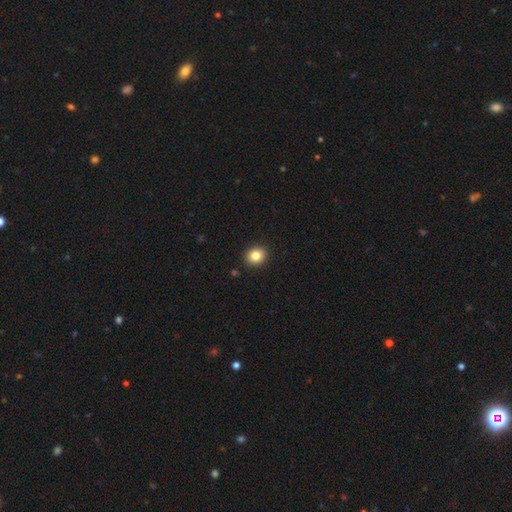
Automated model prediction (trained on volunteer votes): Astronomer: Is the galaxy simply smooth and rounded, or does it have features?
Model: smooth — 83%.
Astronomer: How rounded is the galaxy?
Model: round — 67%.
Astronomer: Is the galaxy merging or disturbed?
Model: none — 91%.